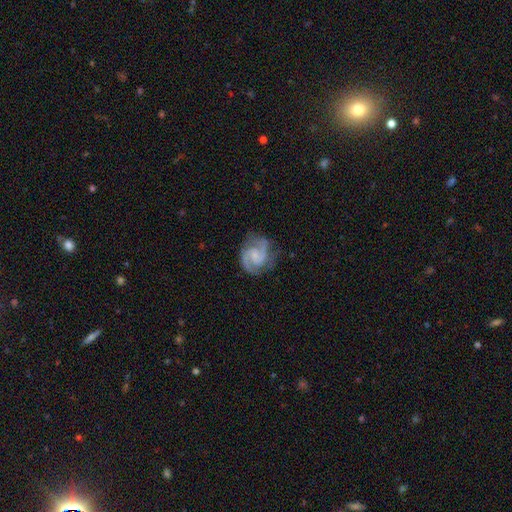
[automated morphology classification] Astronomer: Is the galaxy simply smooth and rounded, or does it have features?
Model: featured or disk — 90%.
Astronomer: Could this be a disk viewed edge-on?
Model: no — 98%.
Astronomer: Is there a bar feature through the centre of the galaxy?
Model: no — 47% (runner-up: weak, 44%).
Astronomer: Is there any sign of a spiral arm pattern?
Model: yes — 98%.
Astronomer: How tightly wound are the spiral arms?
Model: medium — 56% (runner-up: tight, 34%).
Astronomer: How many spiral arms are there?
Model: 2 — 90%.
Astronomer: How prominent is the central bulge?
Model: small — 54%.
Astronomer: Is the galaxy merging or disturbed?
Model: none — 74%.